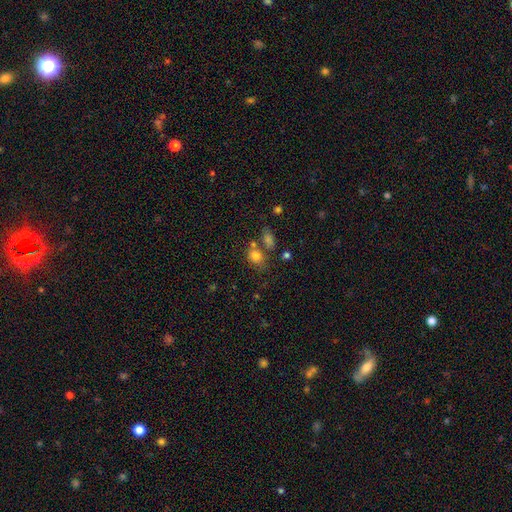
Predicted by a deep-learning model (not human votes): This appears to be a smooth galaxy with no disk features (78%) that is round (56%). Merging: none (54%).